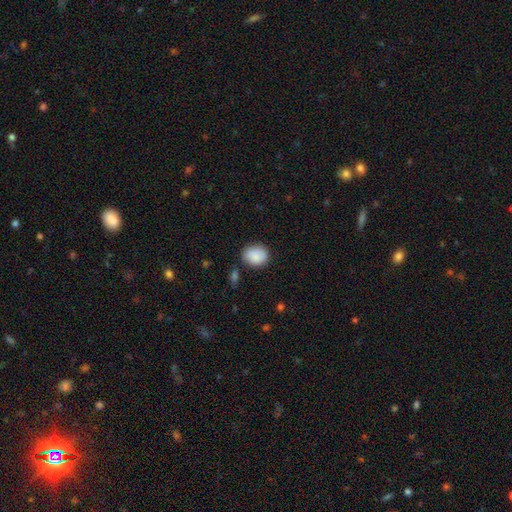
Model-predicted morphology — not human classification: The model was most divided on "how rounded": round: 59%, in between: 40%, cigar-shaped: 1%. More confident: smooth or featured — smooth (86%); merging — none (75%).